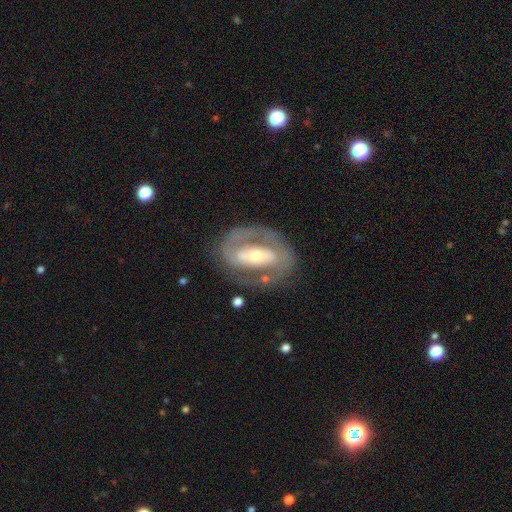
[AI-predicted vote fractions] Smooth or featured? Predicted: featured or disk (p=0.81). Edge-on disk? Predicted: no (p=0.93). Bar? Predicted: strong (p=0.52). Spiral arms? Predicted: yes (p=0.75). Spiral winding? Predicted: tight (p=0.47). Spiral arm count? Predicted: 2 (p=0.71). Bulge size? Predicted: moderate (p=0.47). Merging? Predicted: none (p=0.71).